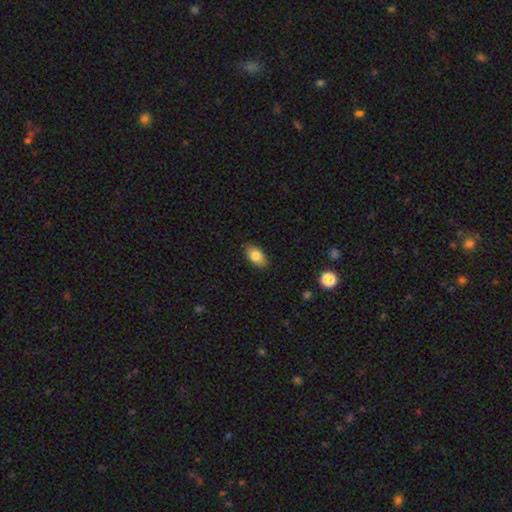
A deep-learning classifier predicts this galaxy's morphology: Smooth or featured: smooth — 81% (featured or disk — 11%)
How rounded: in between — 91% (round — 6%)
Merging: none — 87% (minor disturbance — 10%)